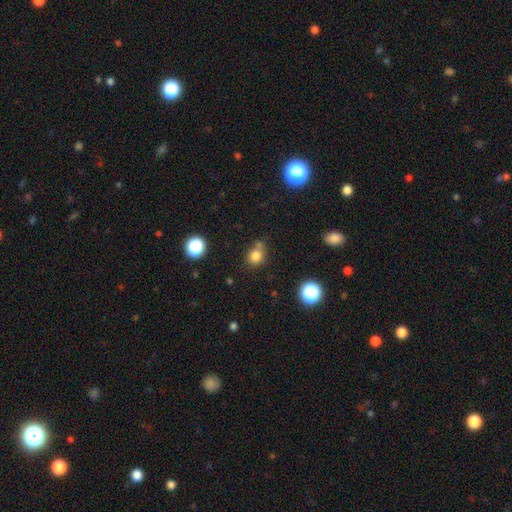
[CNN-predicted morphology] Smooth or featured? Predicted: smooth (p=0.79). How rounded? Predicted: round (p=0.75). Merging? Predicted: none (p=0.61).